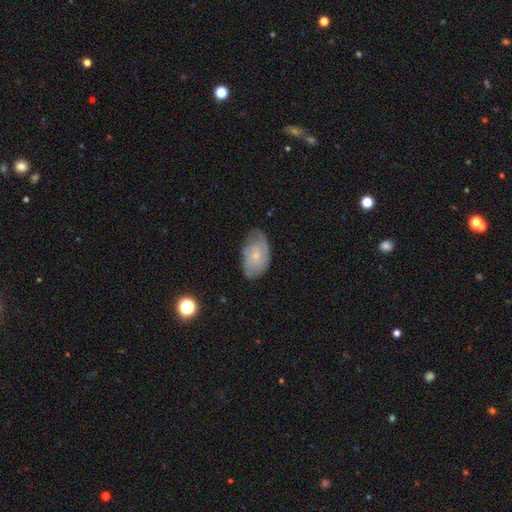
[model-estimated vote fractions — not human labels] Q: Smooth or featured?
A: featured or disk (48%); runner-up: smooth (44%)
Q: Merging?
A: none (61%); runner-up: minor disturbance (29%)